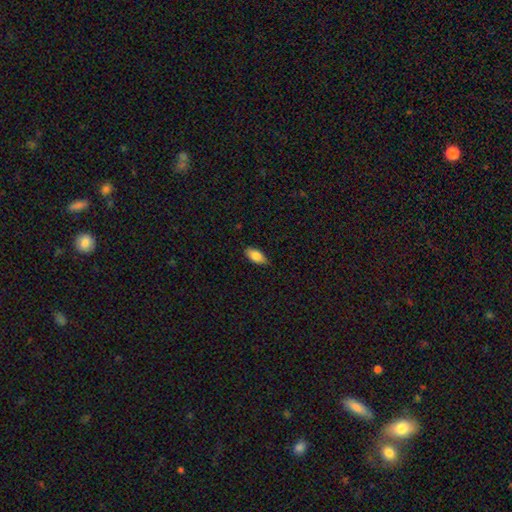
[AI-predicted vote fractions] Morphology: type=smooth (85%); roundness=in between (91%); merging=none (81%).